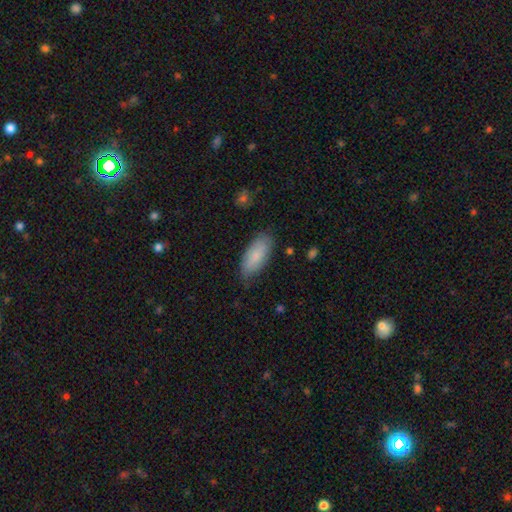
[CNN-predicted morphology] This is clearly a smooth galaxy (82%). How rounded: clearly in between (87%). Merging: likely none (78%).